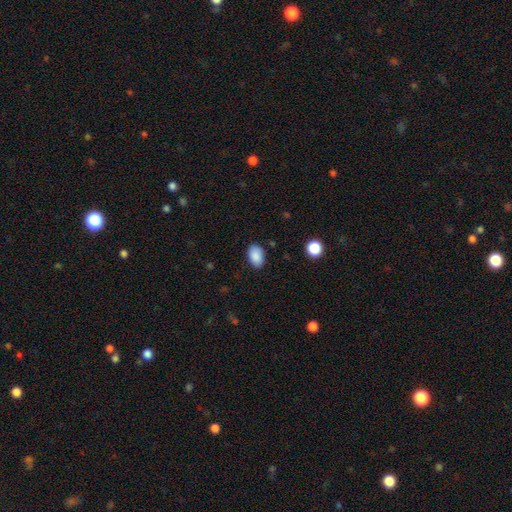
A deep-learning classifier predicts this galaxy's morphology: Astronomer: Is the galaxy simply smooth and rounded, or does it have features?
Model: smooth — 89%.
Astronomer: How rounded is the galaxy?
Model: in between — 88%.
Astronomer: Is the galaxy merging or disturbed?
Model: none — 85%.